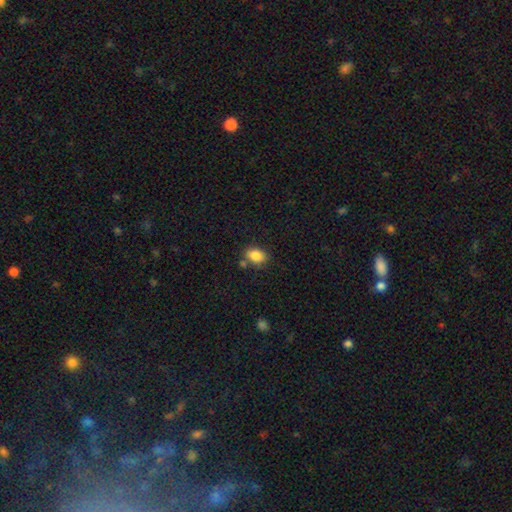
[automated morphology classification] smooth_or_featured: smooth (p=0.86) [alt: star or artifact p=0.09]
how_rounded: in between (p=0.80) [alt: round p=0.18]
merging: none (p=0.70) [alt: minor disturbance p=0.16]